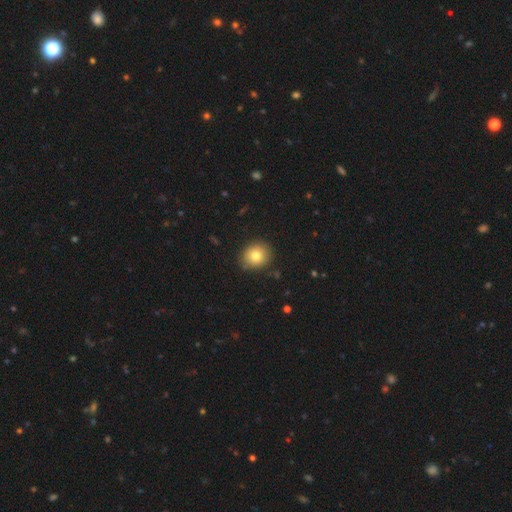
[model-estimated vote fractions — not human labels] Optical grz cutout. It shows a smooth galaxy with no disk features (80%) that is round (80%). Merging: none (87%).